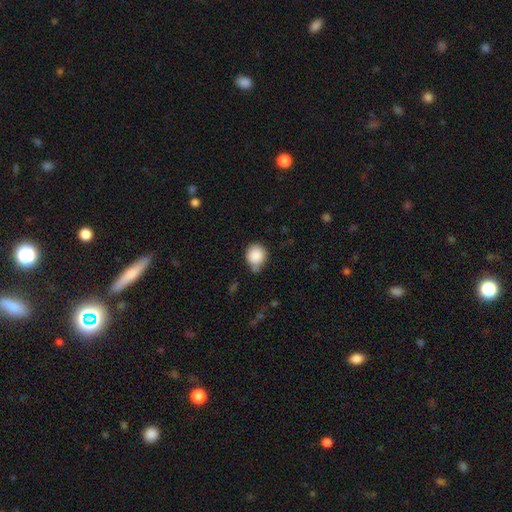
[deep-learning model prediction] Morphology: type=smooth (87%); roundness=round (86%); merging=none (60%).